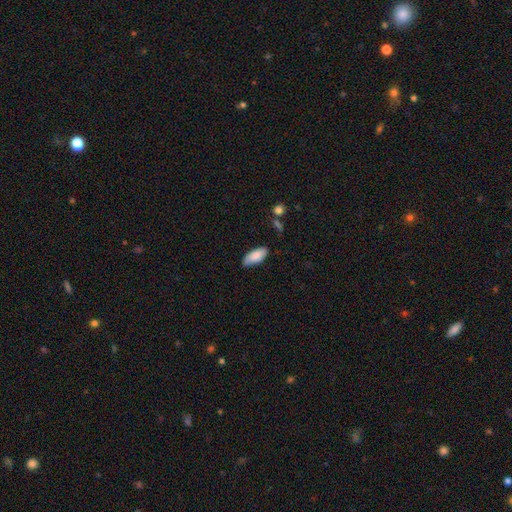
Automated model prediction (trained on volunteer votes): Morphology: type=smooth (82%); roundness=in between (87%); merging=none (70%).